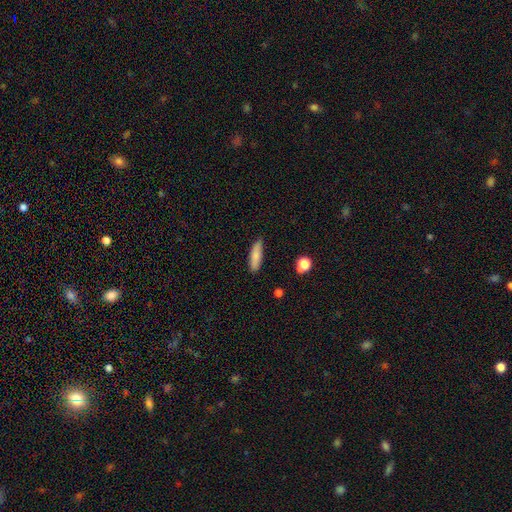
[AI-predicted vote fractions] The model was most divided on "how rounded": cigar-shaped: 60%, in between: 38%, round: 2%. More confident: merging — none (81%); smooth or featured — smooth (80%).